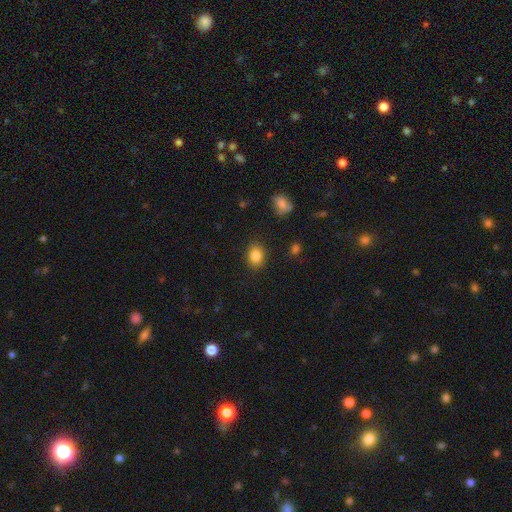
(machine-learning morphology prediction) type=smooth (85%); roundness=in between (60%); merging=none (86%).